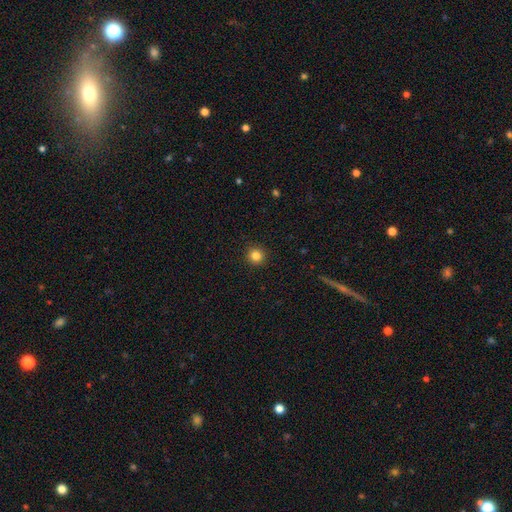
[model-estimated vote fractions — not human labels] Smooth or featured? smooth (84%)
How rounded? round (94%)
Merging? none (92%)